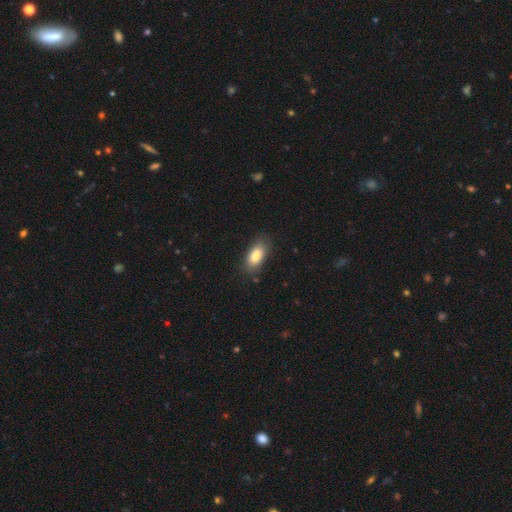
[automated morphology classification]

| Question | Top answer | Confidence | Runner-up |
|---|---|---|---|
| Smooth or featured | smooth | 84% | featured or disk (8%) |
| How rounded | in between | 89% | cigar-shaped (7%) |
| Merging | none | 82% | minor disturbance (13%) |